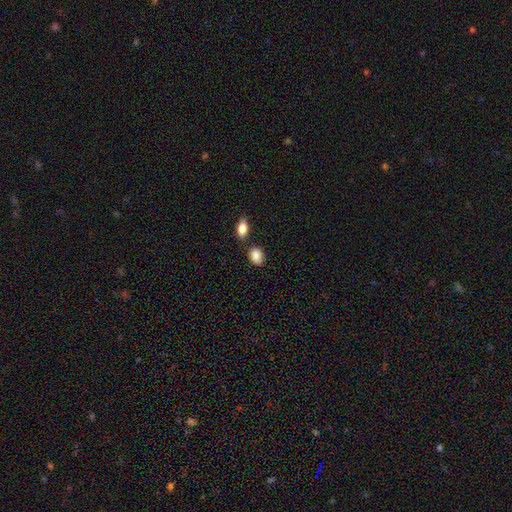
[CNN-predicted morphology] Smooth or featured? smooth (87%)
How rounded? in between (71%)
Merging? none (76%)